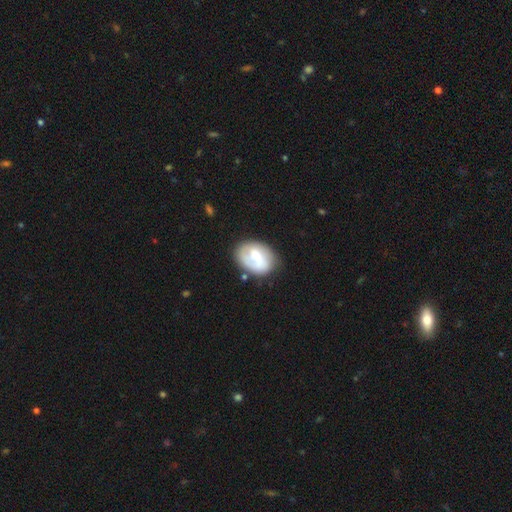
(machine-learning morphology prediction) Overall: featured or disk (48%; smooth 46%). Merging: none (65%).